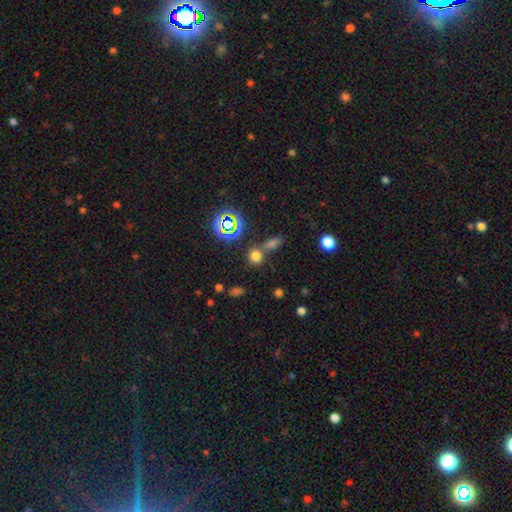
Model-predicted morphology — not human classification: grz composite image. It shows a smooth galaxy with no disk features (67%) that is round (75%). Merging: none (61%).